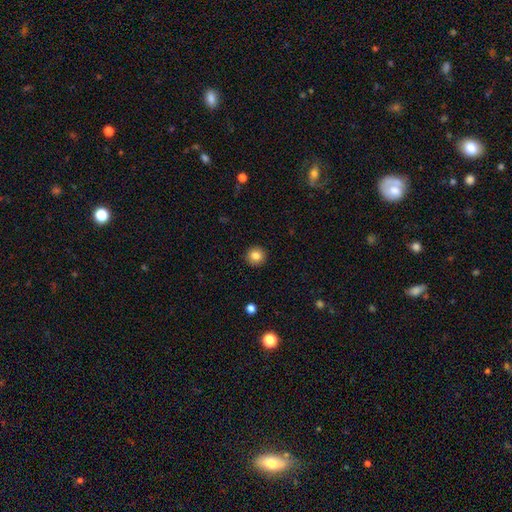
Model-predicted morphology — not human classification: The model was most divided on "smooth or featured": smooth: 84%, star or artifact: 10%, featured or disk: 6%. More confident: how rounded — round (95%); merging — none (93%).